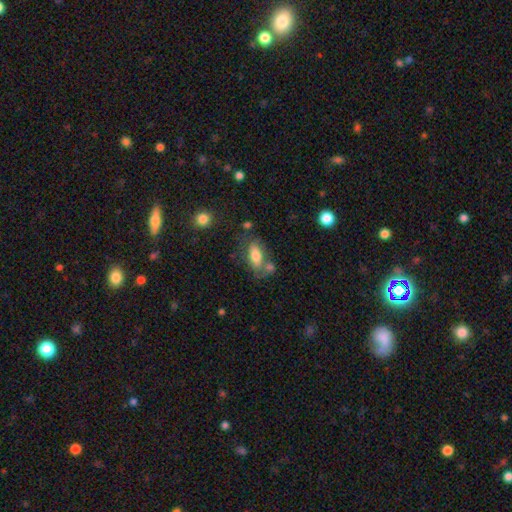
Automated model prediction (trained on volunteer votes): Overall: smooth (70%). How rounded: in between (85%). Merging: none (51%; merger 22%).